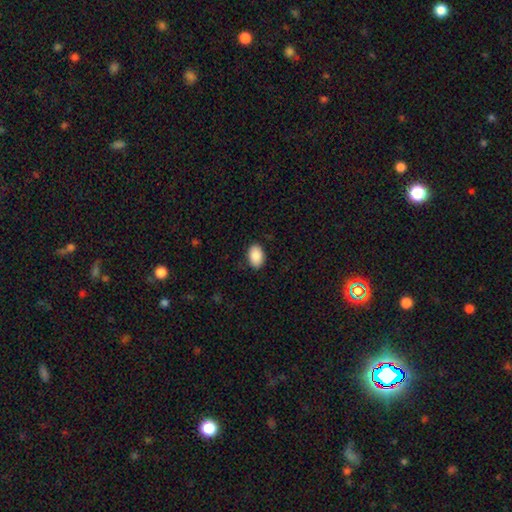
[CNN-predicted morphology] A smooth galaxy with no disk features (90%) that is in between round and cigar-shaped (88%). Merging: none (88%).